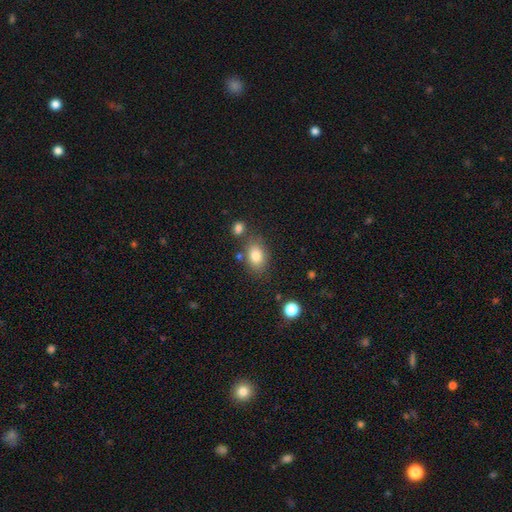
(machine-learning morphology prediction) The model was most divided on "merging": none: 72%, minor disturbance: 14%, merger: 9%, major disturbance: 4%. More confident: smooth or featured — smooth (82%); how rounded — in between (80%).